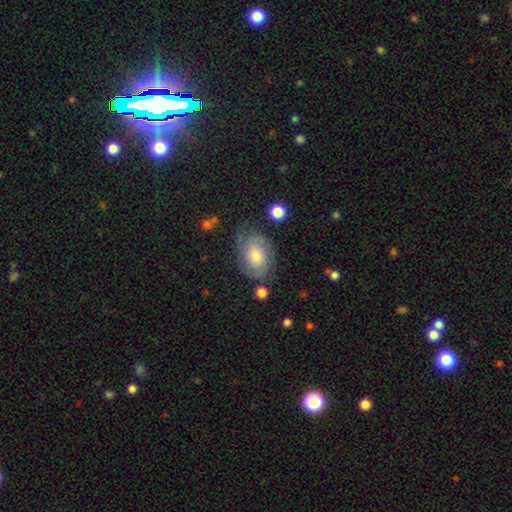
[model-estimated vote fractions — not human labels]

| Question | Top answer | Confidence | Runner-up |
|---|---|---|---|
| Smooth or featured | featured or disk | 62% | smooth (29%) |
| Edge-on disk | no | 96% | yes (4%) |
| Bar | no | 74% | weak (22%) |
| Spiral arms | yes | 89% | no (11%) |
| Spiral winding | tight | 55% | medium (33%) |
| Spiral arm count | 2 | 58% | can't tell (24%) |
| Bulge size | moderate | 50% | small (32%) |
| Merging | none | 69% | minor disturbance (20%) |